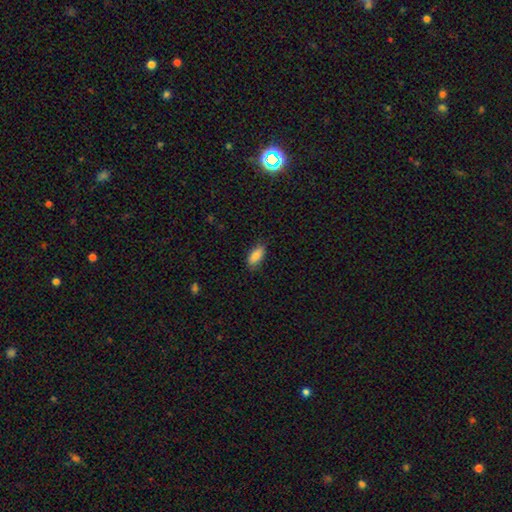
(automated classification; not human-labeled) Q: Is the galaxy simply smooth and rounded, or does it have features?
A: smooth — 84%.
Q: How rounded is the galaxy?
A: in between — 86%.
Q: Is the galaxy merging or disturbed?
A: none — 80%.